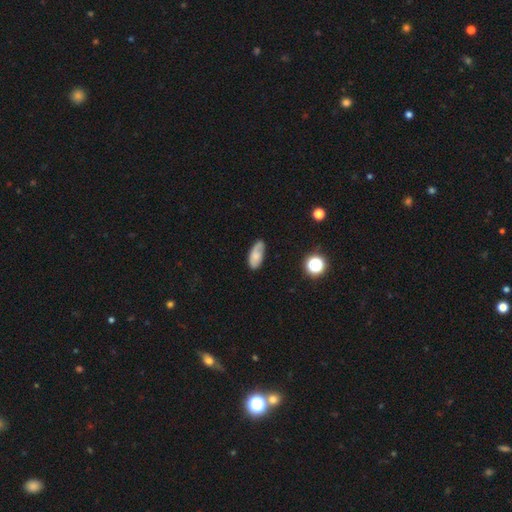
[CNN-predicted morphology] Smooth or featured?
  - smooth: 61% *
  - featured or disk: 29%
  - star or artifact: 9%
How rounded?
  - in between: 89% *
  - cigar-shaped: 7%
  - round: 3%
Merging?
  - none: 70% *
  - minor disturbance: 22%
  - major disturbance: 6%
  - merger: 2%